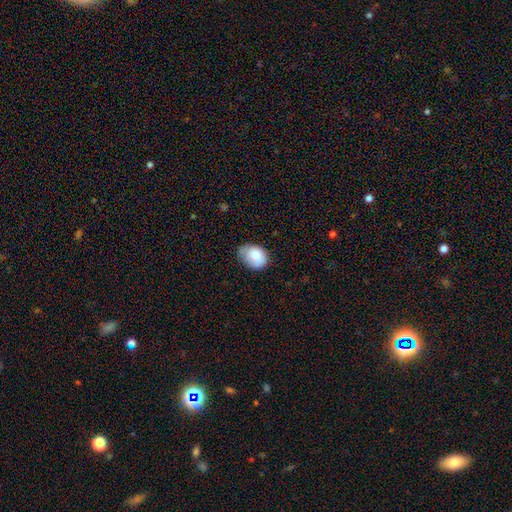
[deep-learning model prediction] Overall: smooth (84%). How rounded: in between (73%). Merging: none (56%; minor disturbance 35%).